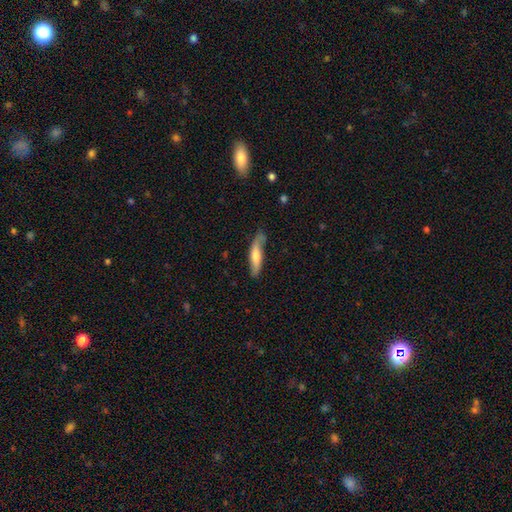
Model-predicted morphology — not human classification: A smooth galaxy with no disk features (50%) that is cigar-shaped (78%). Merging: none (66%).